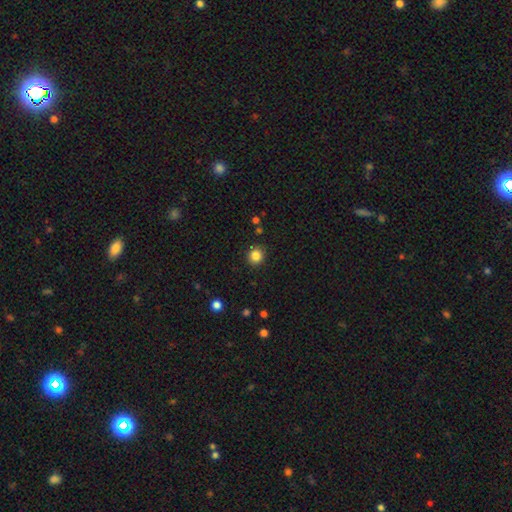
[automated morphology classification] smooth-or-featured: smooth: 85% | star or artifact: 11% | featured or disk: 4%
  how-rounded: round: 90% | in between: 9% | cigar-shaped: 1%
  merging: none: 90% | minor disturbance: 6% | major disturbance: 2% | merger: 2%